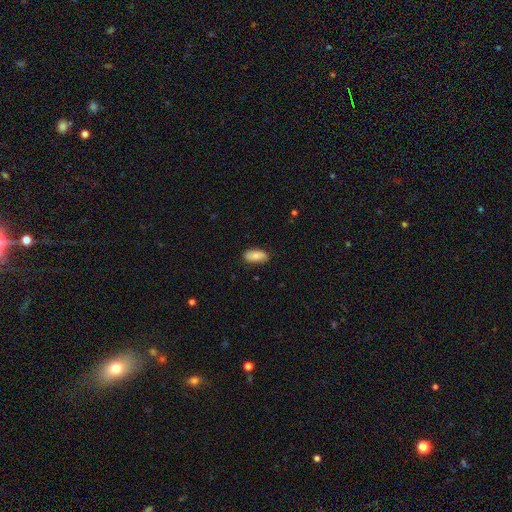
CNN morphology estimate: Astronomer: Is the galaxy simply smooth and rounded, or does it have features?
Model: smooth — 82%.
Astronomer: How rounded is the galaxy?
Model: in between — 92%.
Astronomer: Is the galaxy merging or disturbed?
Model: none — 84%.